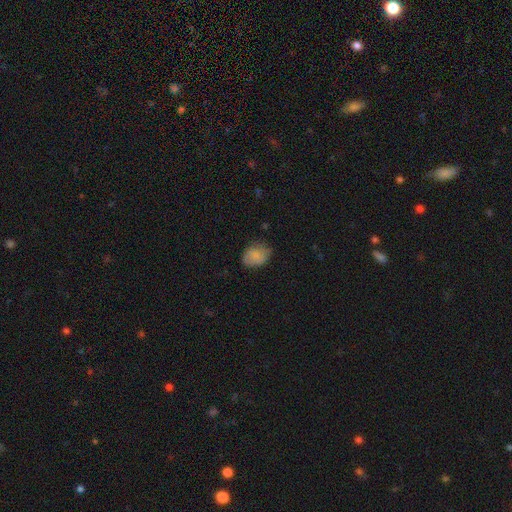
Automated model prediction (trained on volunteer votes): smooth 78%, featured or disk 14%, star or artifact 8%. Down the decision tree: how rounded — in between (65%); merging — none (68%).